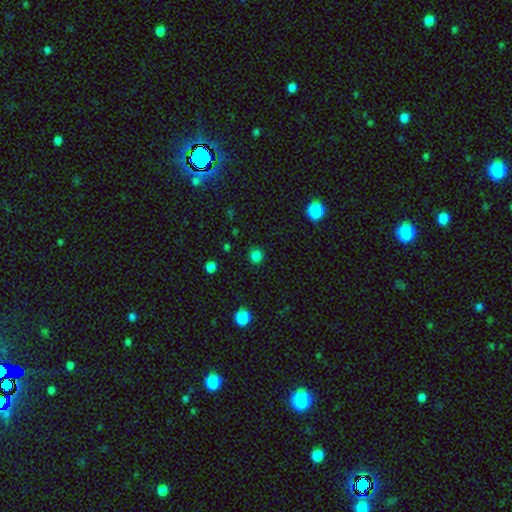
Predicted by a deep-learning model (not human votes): This is clearly a smooth galaxy (82%). How rounded: clearly round (91%). Merging: clearly none (90%).